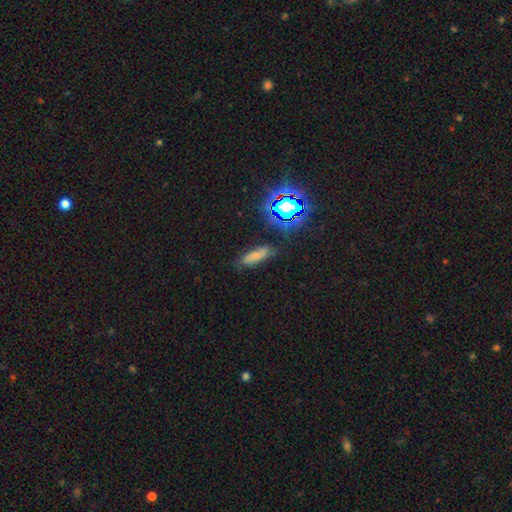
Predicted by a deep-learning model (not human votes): smooth 63%, star or artifact 19%, featured or disk 18%. Down the decision tree: how rounded — in between (53%); merging — none (72%).